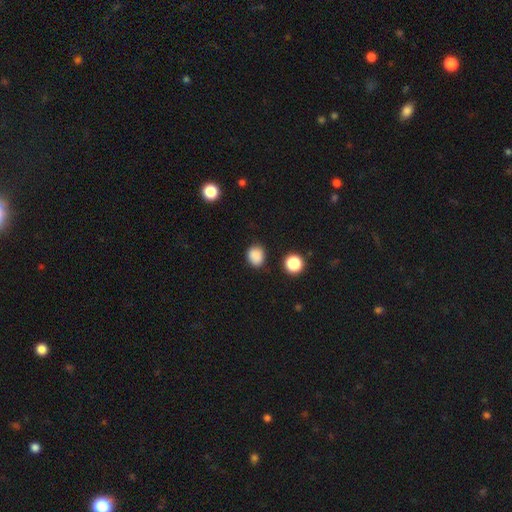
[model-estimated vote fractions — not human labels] Overall: smooth (86%). How rounded: round (66%; in between 33%). Merging: none (82%).